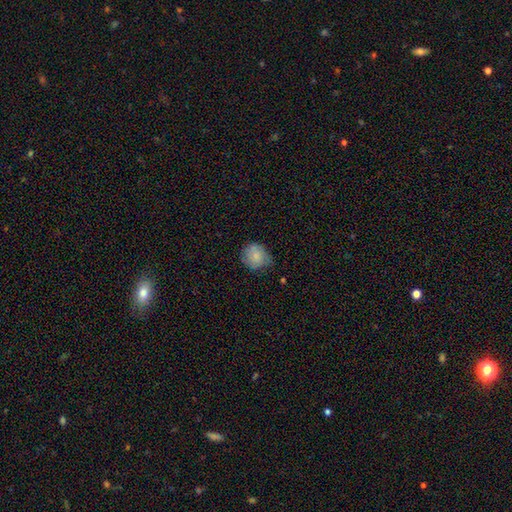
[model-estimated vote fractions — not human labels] Overall: smooth (79%). How rounded: round (79%). Merging: none (56%; minor disturbance 34%).